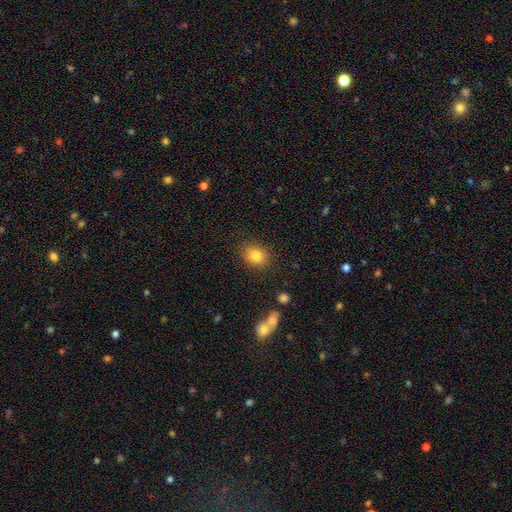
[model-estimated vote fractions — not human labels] Smooth or featured? Predicted: smooth (p=0.82). How rounded? Predicted: in between (p=0.50). Merging? Predicted: none (p=0.85).